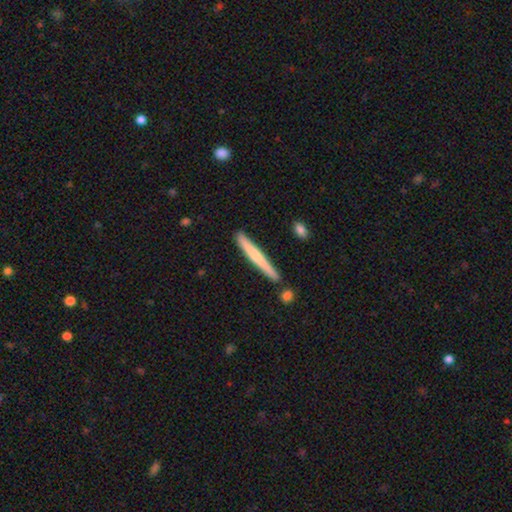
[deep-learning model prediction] Q: Smooth or featured?
A: smooth (61%); runner-up: featured or disk (34%)
Q: How rounded?
A: cigar-shaped (97%); runner-up: in between (2%)
Q: Merging?
A: none (85%); runner-up: minor disturbance (10%)